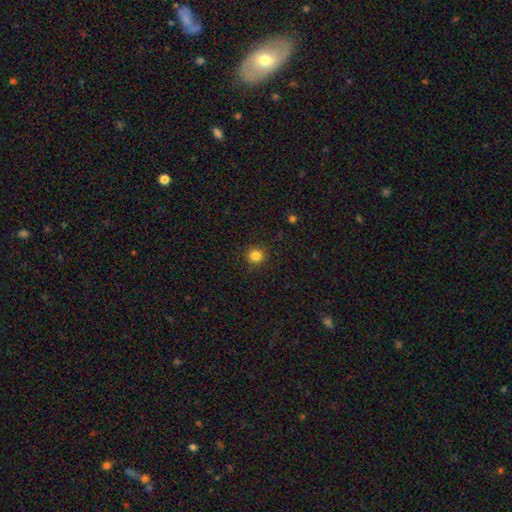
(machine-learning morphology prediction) smooth-or-featured: smooth: 84% | star or artifact: 12% | featured or disk: 4%
  how-rounded: round: 93% | in between: 6% | cigar-shaped: 1%
  merging: none: 91% | minor disturbance: 6% | major disturbance: 2% | merger: 1%